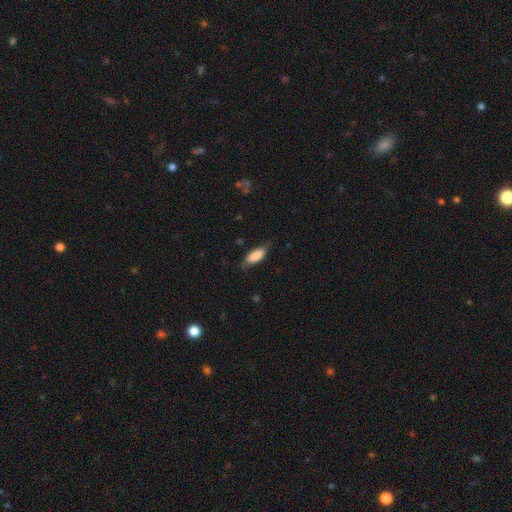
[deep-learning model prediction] A smooth galaxy with no disk features (83%) that is in between round and cigar-shaped (80%).

Vote fractions:
- Smooth or featured? smooth: 83% / featured or disk: 11% / star or artifact: 6%
- How rounded? in between: 80% / cigar-shaped: 18% / round: 2%
- Merging? none: 70% / minor disturbance: 23% / major disturbance: 6% / merger: 1%